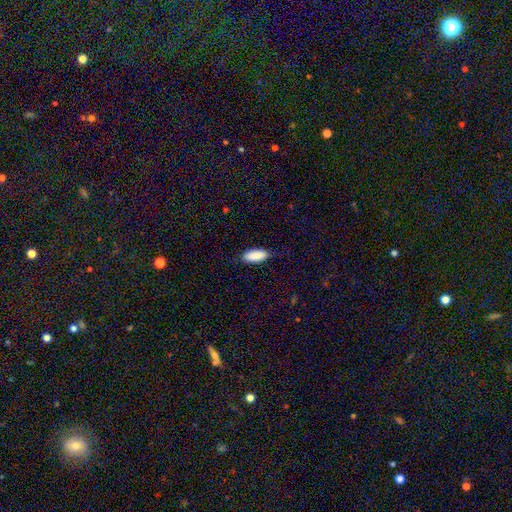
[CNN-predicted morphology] type=smooth (89%); roundness=in between (83%); merging=none (79%).